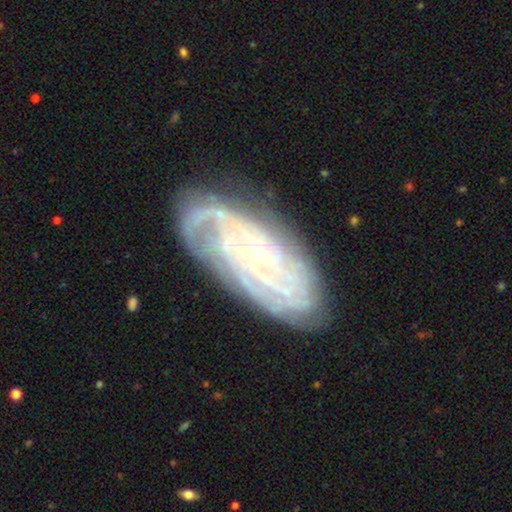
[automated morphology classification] The model was most divided on "spiral arm count": can't tell: 31%, 4: 20%, 3: 18%, 2: 14%, more than 4: 12%, 1: 7%. More confident: spiral arms — yes (96%); edge-on disk — no (93%); smooth or featured — featured or disk (86%); bulge size — small (80%); merging — none (75%); spiral winding — tight (70%); bar — no (68%).